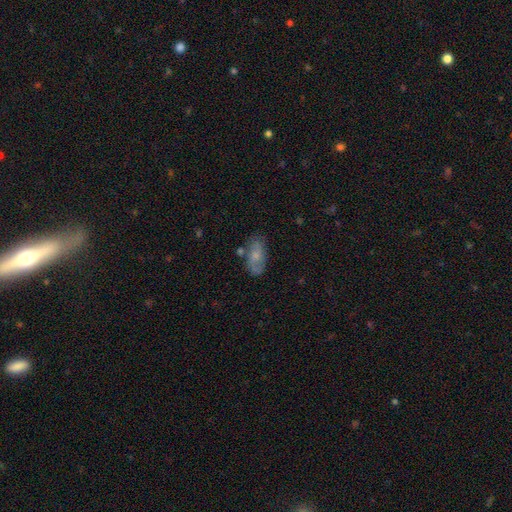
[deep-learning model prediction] Smooth or featured? smooth (61%)
How rounded? in between (89%)
Merging? none (66%)